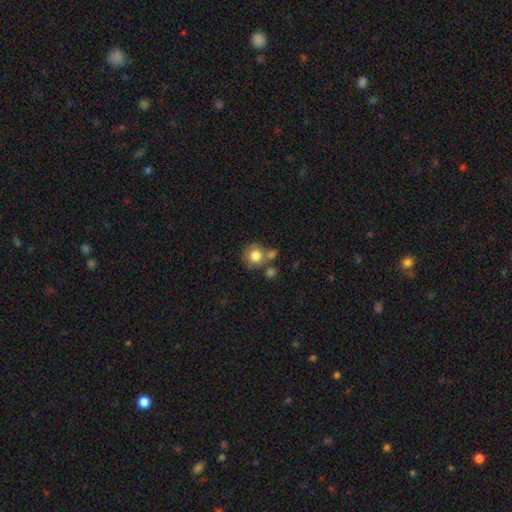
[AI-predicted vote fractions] A smooth galaxy with no disk features (80%) that is round (89%).

Vote fractions:
- Smooth or featured? smooth: 80% / featured or disk: 10% / star or artifact: 9%
- How rounded? round: 89% / in between: 10% / cigar-shaped: 1%
- Merging? none: 57% / merger: 25% / minor disturbance: 13% / major disturbance: 5%